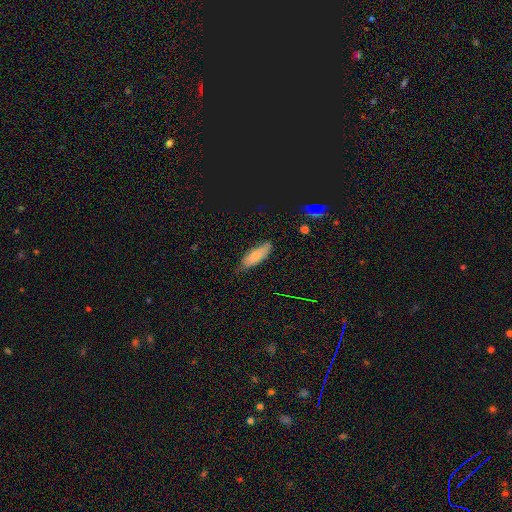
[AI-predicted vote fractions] This appears to be a smooth galaxy with no disk features (78%) that is in between round and cigar-shaped (66%). Merging: none (69%).